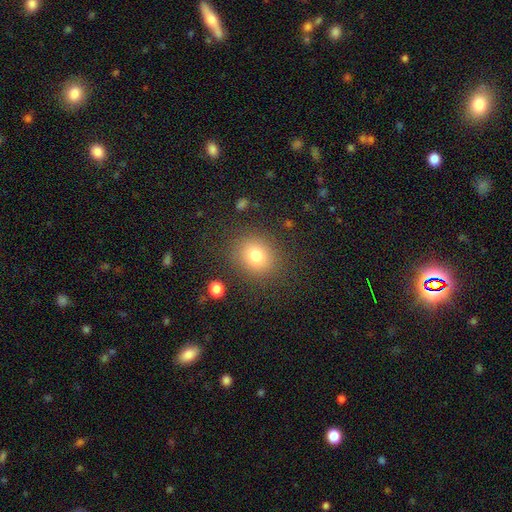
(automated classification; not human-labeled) The model was most divided on "how rounded": round: 71%, in between: 28%, cigar-shaped: 1%. More confident: merging — none (84%); smooth or featured — smooth (79%).